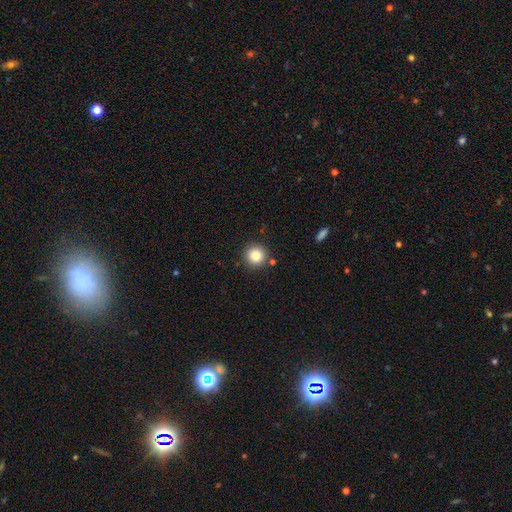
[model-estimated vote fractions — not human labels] Smooth or featured?
  - smooth: 83% *
  - star or artifact: 10%
  - featured or disk: 6%
How rounded?
  - round: 95% *
  - in between: 4%
  - cigar-shaped: 1%
Merging?
  - none: 88% *
  - minor disturbance: 7%
  - merger: 4%
  - major disturbance: 2%